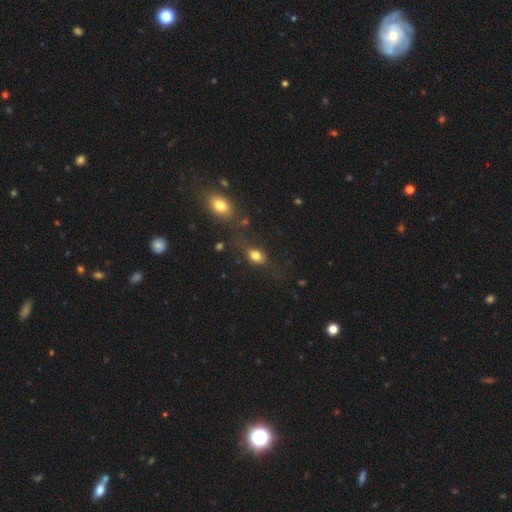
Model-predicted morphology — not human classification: Smooth or featured? Predicted: smooth (p=0.77). How rounded? Predicted: in between (p=0.70). Merging? Predicted: none (p=0.62).